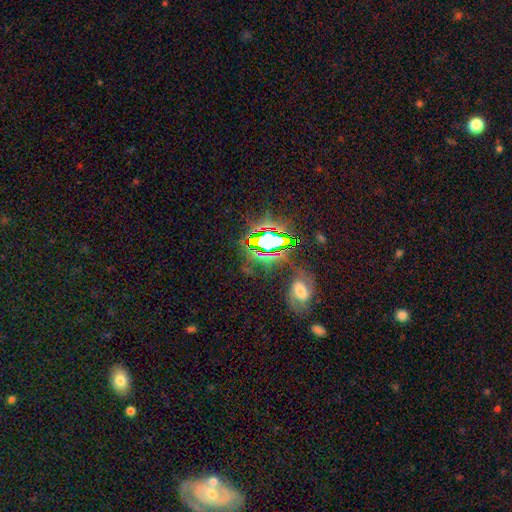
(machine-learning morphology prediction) A star or artifact, not a galaxy (73%).